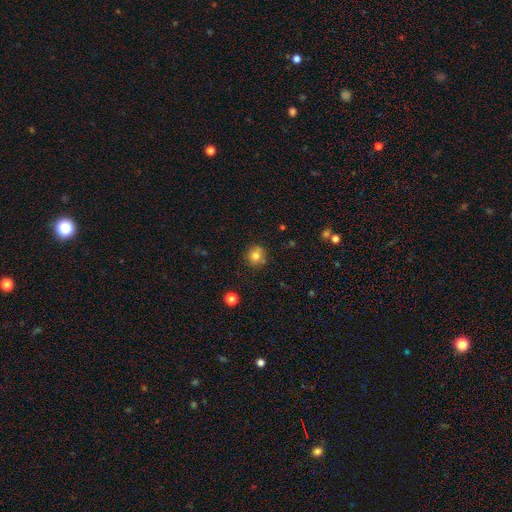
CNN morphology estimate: type=smooth (79%); roundness=round (86%); merging=none (78%).